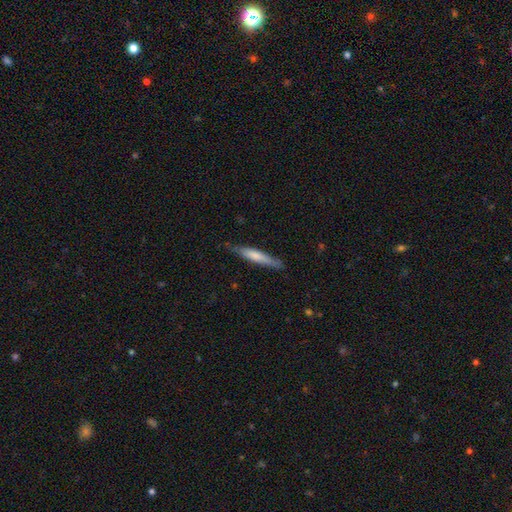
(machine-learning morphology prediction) Smooth or featured?
  - smooth: 64% *
  - featured or disk: 31%
  - star or artifact: 5%
How rounded?
  - cigar-shaped: 92% *
  - in between: 7%
  - round: 1%
Merging?
  - none: 80% *
  - minor disturbance: 16%
  - major disturbance: 3%
  - merger: 1%